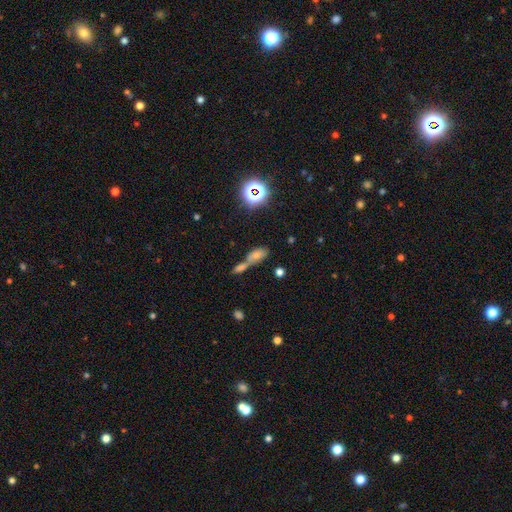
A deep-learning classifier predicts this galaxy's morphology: This appears to be a smooth galaxy with no disk features (68%) that is in between round and cigar-shaped (79%). Merging: merger (61%).